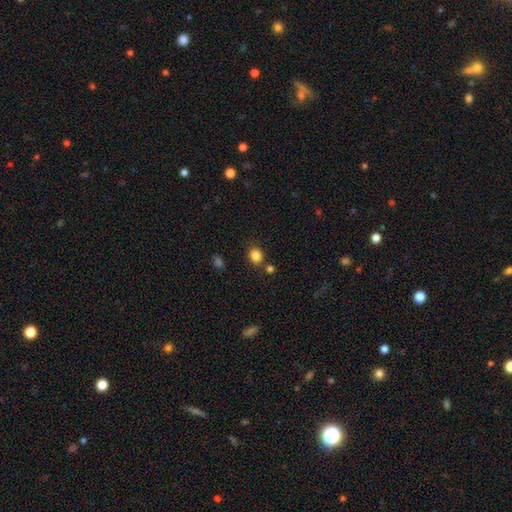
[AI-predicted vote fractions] This appears to be a smooth galaxy with no disk features (84%) that is round (76%). Merging: none (79%).